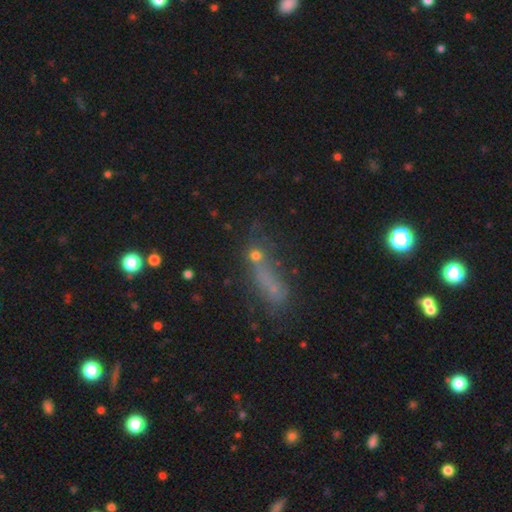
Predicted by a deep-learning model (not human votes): This is possibly a smooth galaxy (51%). How rounded: marginally round (42%). Merging: possibly none (49%).